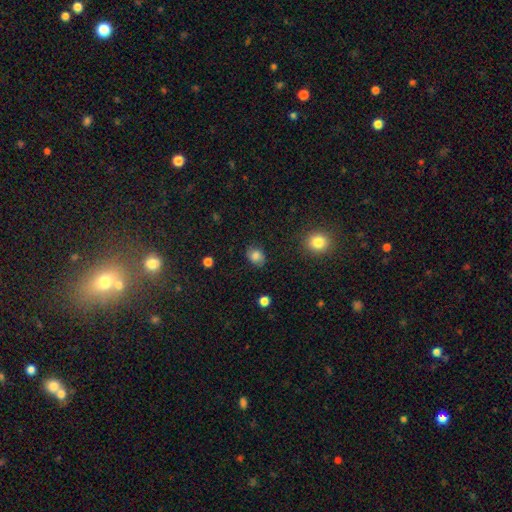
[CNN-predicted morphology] type=smooth (81%); roundness=in between (57%); merging=none (78%).